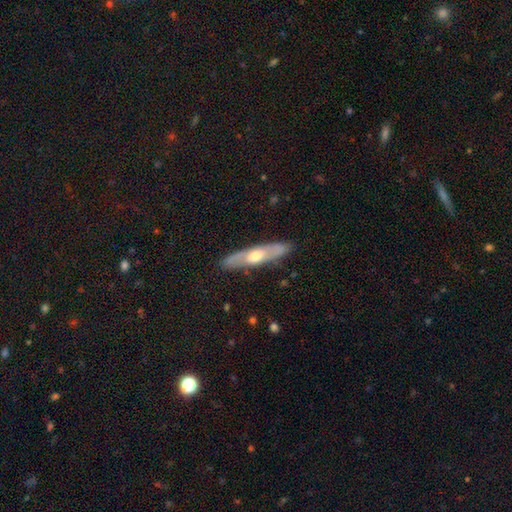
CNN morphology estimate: The model was most divided on "edge-on disk": yes: 55%, no: 45%. More confident: merging — none (86%); smooth or featured — featured or disk (55%).